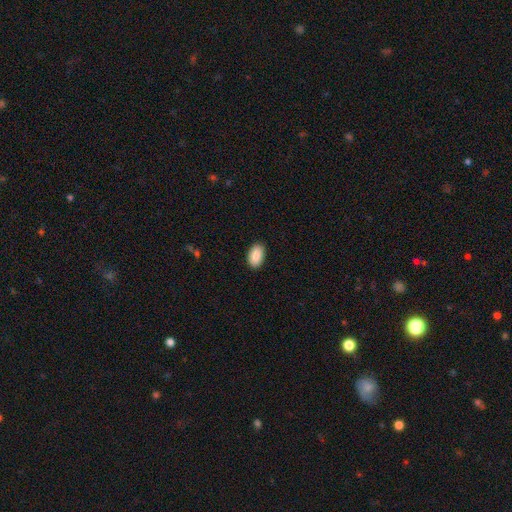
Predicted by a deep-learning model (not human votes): Smooth or featured? Predicted: smooth (p=0.89). How rounded? Predicted: in between (p=0.93). Merging? Predicted: none (p=0.89).